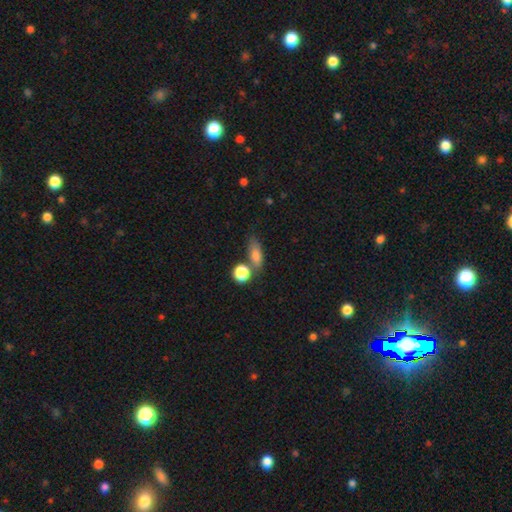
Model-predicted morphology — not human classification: Smooth or featured?
  - smooth: 79% *
  - featured or disk: 11%
  - star or artifact: 10%
How rounded?
  - in between: 64% *
  - cigar-shaped: 21%
  - round: 16%
Merging?
  - none: 56% *
  - merger: 21%
  - minor disturbance: 17%
  - major disturbance: 7%